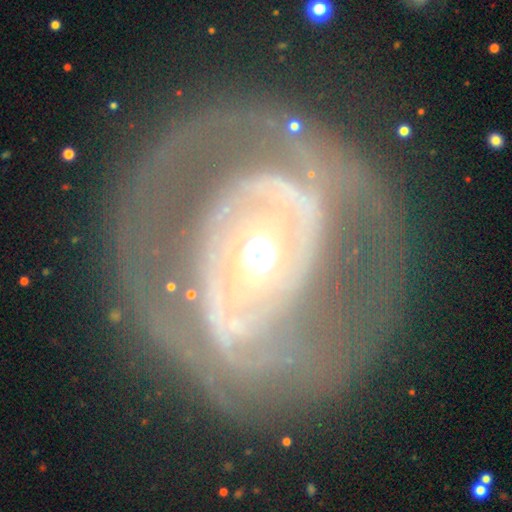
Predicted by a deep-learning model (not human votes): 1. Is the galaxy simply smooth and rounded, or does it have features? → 79% featured or disk, 15% smooth, 6% star or artifact.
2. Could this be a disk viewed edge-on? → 94% no, 6% yes.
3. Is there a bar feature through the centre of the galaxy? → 51% no, 25% weak, 23% strong.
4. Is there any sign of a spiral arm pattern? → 50% yes (tied), 50% no (tied).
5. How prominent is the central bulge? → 60% moderate, 23% small, 13% large, 2% dominant, 1% none.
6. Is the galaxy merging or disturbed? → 71% none, 14% minor disturbance, 14% major disturbance, 2% merger.